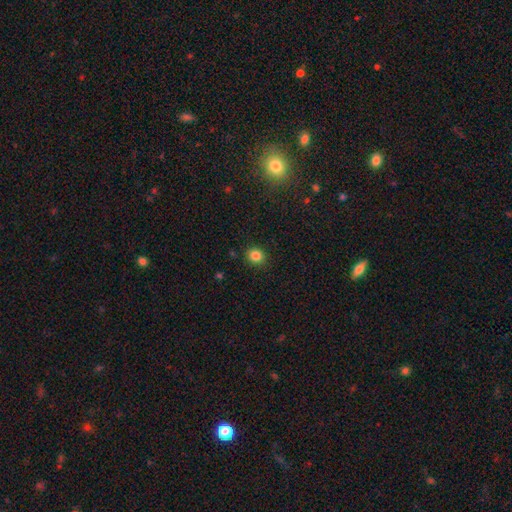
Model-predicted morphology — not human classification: A smooth galaxy with no disk features (84%) that is round (80%).

Vote fractions:
- Smooth or featured? smooth: 84% / star or artifact: 12% / featured or disk: 4%
- How rounded? round: 80% / in between: 20% / cigar-shaped: 1%
- Merging? none: 90% / minor disturbance: 7% / major disturbance: 2% / merger: 1%